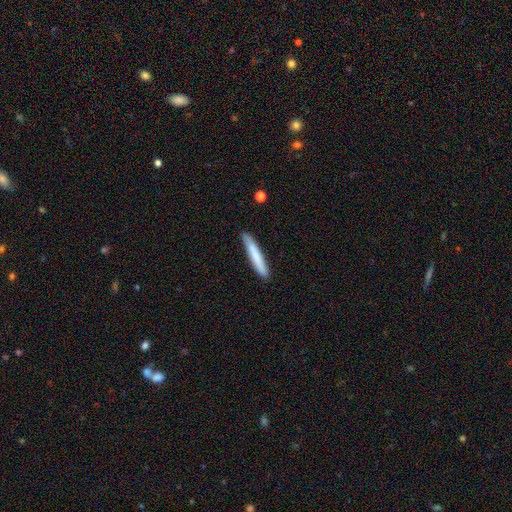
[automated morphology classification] Smooth or featured? Predicted: smooth (p=0.77). How rounded? Predicted: cigar-shaped (p=0.96). Merging? Predicted: none (p=0.88).